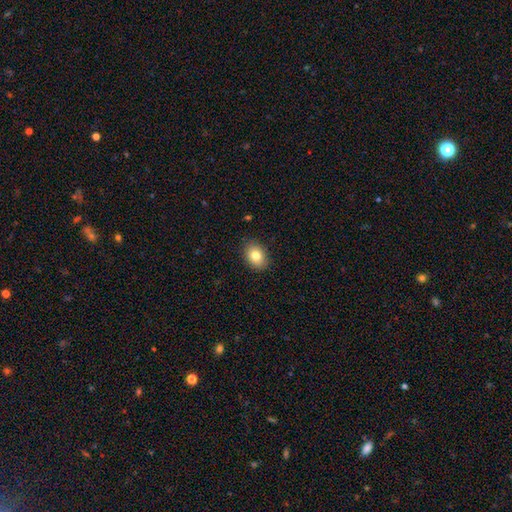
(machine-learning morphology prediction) Smooth or featured: smooth — 81% (featured or disk — 11%)
How rounded: in between — 72% (round — 27%)
Merging: none — 88% (minor disturbance — 9%)